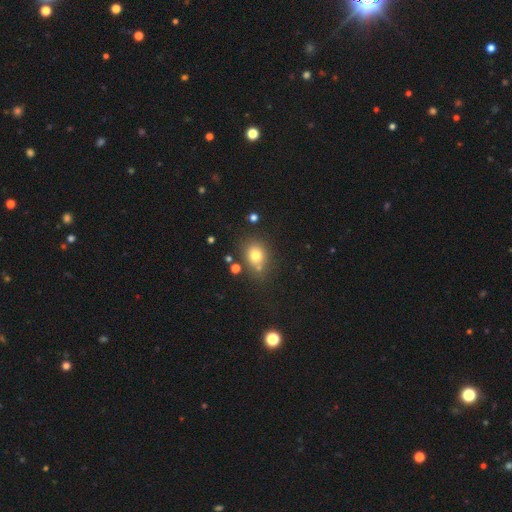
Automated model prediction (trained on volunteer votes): smooth-or-featured: smooth: 76% | star or artifact: 14% | featured or disk: 11%
  how-rounded: round: 55% | in between: 44% | cigar-shaped: 1%
  merging: none: 68% | minor disturbance: 15% | merger: 12% | major disturbance: 5%